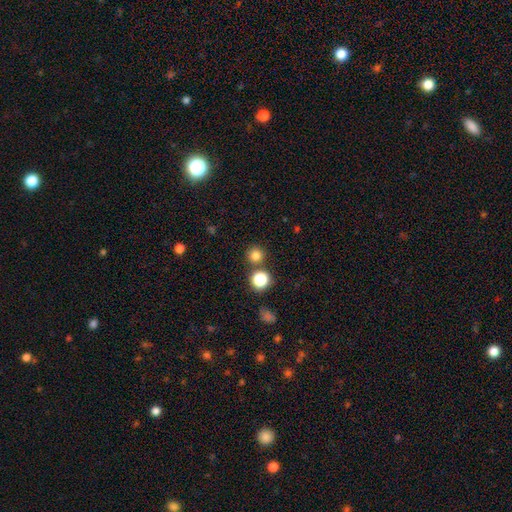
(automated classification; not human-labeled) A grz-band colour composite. It shows a smooth galaxy with no disk features (79%) that is round (93%). Merging: none (80%).